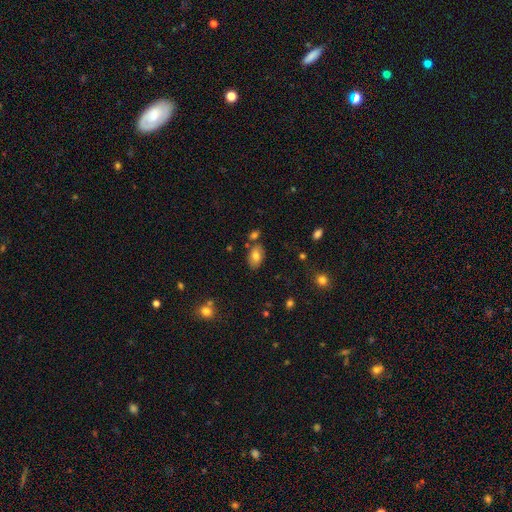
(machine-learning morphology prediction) A smooth galaxy with no disk features (75%) that is in between round and cigar-shaped (90%). Merging: none (74%).